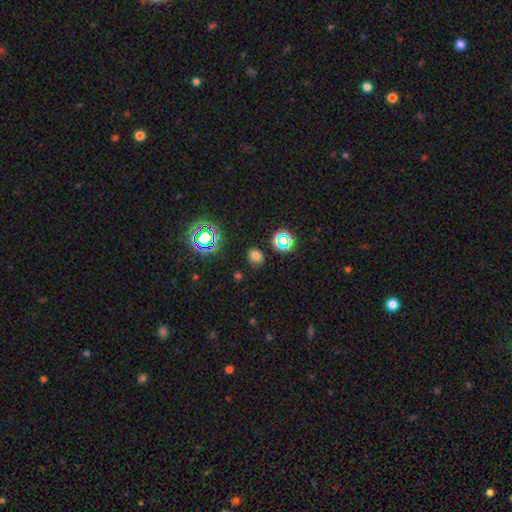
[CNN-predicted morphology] smooth 66%, star or artifact 27%, featured or disk 7%. Down the decision tree: how rounded — round (50%); merging — none (80%).